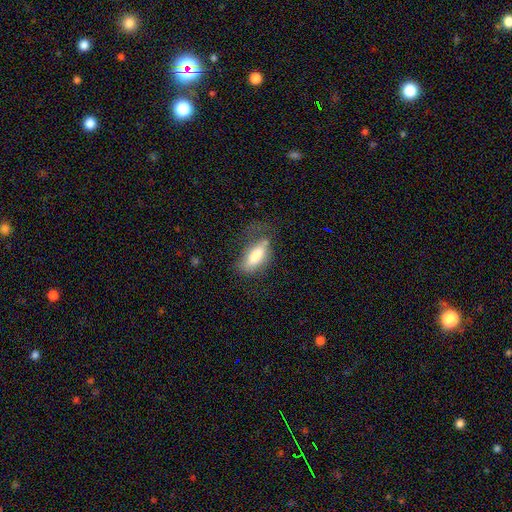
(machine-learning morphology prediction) This appears to be a smooth galaxy with no disk features (74%) that is in between round and cigar-shaped (78%). Merging: none (42%).